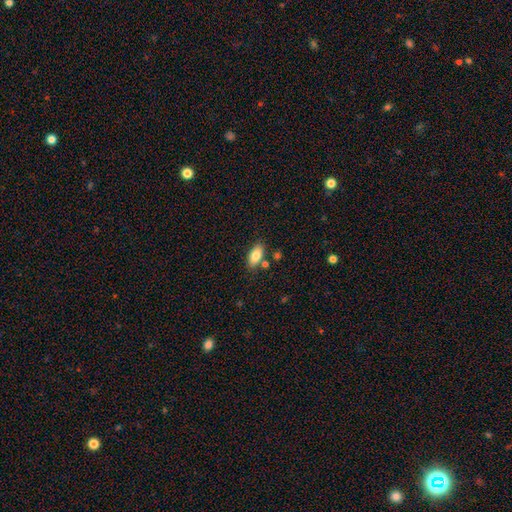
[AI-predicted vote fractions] Morphology: type=smooth (82%); roundness=in between (89%); merging=none (78%).